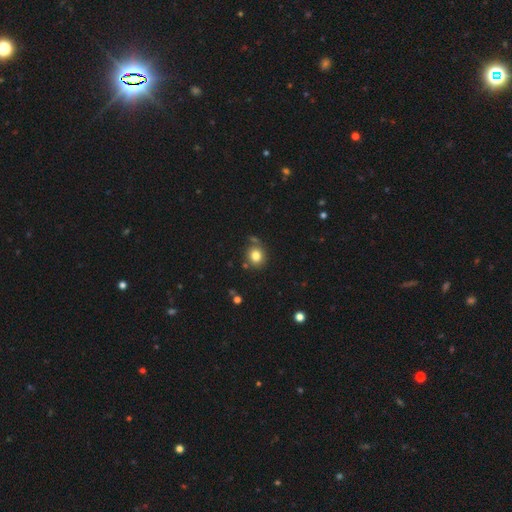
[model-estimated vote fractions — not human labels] smooth_or_featured: smooth (p=0.81) [alt: star or artifact p=0.12]
how_rounded: round (p=0.80) [alt: in between p=0.19]
merging: none (p=0.75) [alt: minor disturbance p=0.13]